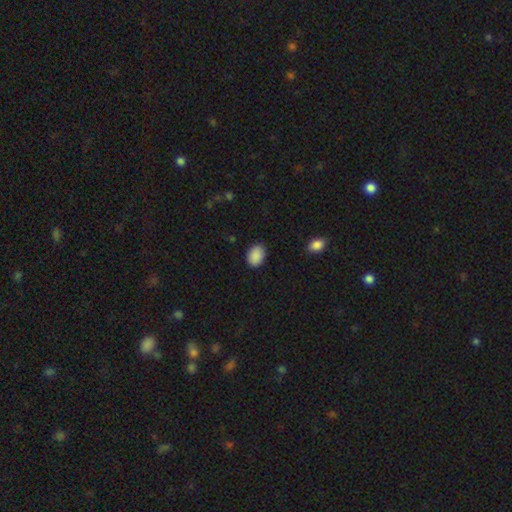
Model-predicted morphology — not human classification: A smooth galaxy with no disk features (90%) that is in between round and cigar-shaped (79%).

Vote fractions:
- Smooth or featured? smooth: 90% / star or artifact: 7% / featured or disk: 3%
- How rounded? in between: 79% / round: 20% / cigar-shaped: 1%
- Merging? none: 87% / minor disturbance: 9% / major disturbance: 2% / merger: 1%